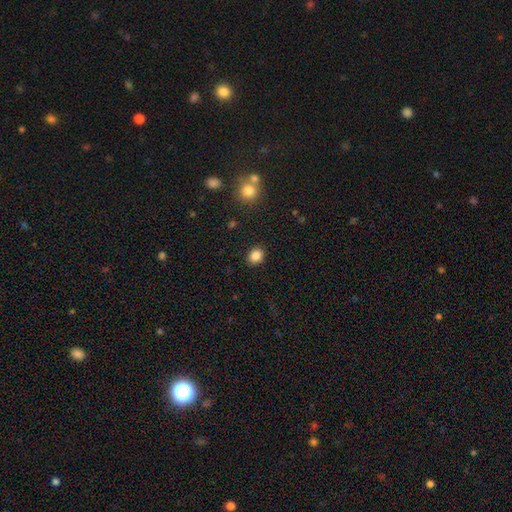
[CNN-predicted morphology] smooth_or_featured: smooth (p=0.86) [alt: star or artifact p=0.10]
how_rounded: round (p=0.61) [alt: in between p=0.38]
merging: none (p=0.89) [alt: minor disturbance p=0.07]